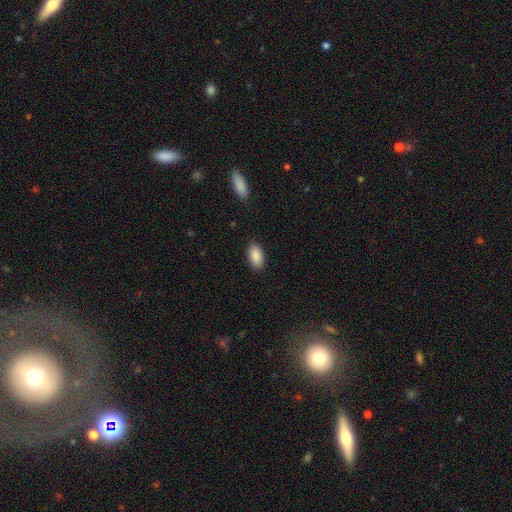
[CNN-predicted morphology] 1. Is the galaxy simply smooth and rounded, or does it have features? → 89% smooth, 6% star or artifact, 4% featured or disk.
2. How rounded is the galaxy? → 93% in between, 4% cigar-shaped, 3% round.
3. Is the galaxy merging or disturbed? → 89% none, 8% minor disturbance, 2% major disturbance, 1% merger.